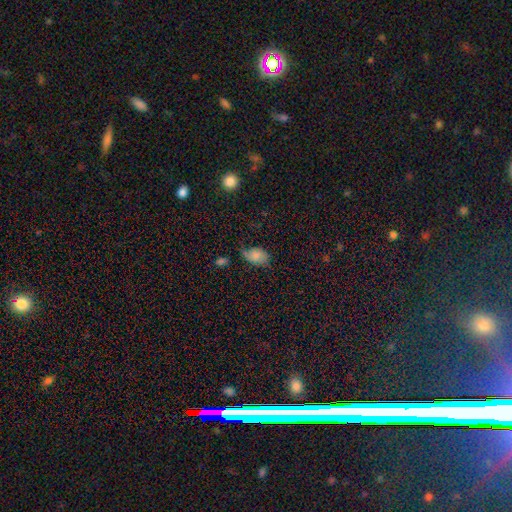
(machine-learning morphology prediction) Overall: smooth (73%). How rounded: in between (86%). Merging: none (43%; minor disturbance 38%).